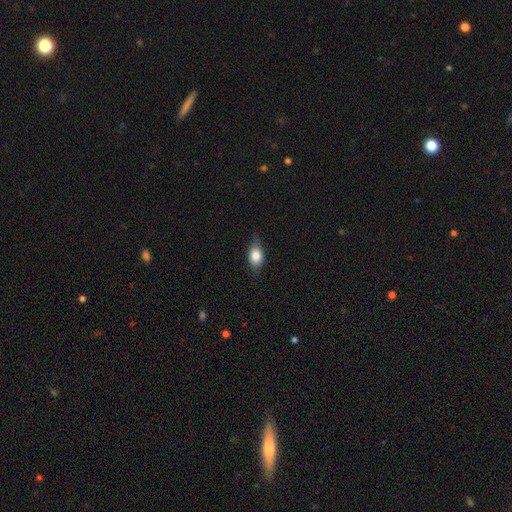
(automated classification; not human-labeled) Smooth or featured?
  - smooth: 75% *
  - featured or disk: 17%
  - star or artifact: 8%
How rounded?
  - in between: 74% *
  - round: 20%
  - cigar-shaped: 6%
Merging?
  - none: 71% *
  - minor disturbance: 23%
  - major disturbance: 5%
  - merger: 1%